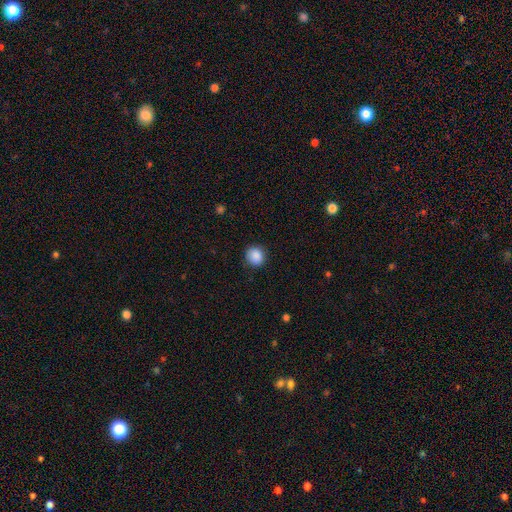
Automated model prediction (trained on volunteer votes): A smooth galaxy with no disk features (89%) that is round (84%).

Vote fractions:
- Smooth or featured? smooth: 89% / star or artifact: 9% / featured or disk: 3%
- How rounded? round: 84% / in between: 15% / cigar-shaped: 1%
- Merging? none: 88% / minor disturbance: 8% / major disturbance: 2% / merger: 1%